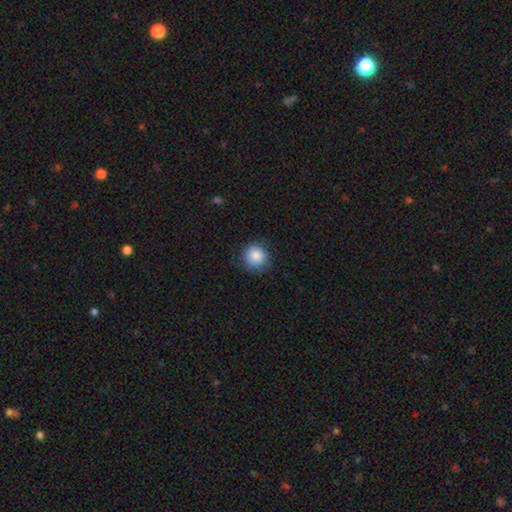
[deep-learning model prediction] smooth_or_featured: smooth (p=0.86) [alt: star or artifact p=0.09]
how_rounded: round (p=0.91) [alt: in between p=0.08]
merging: none (p=0.83) [alt: minor disturbance p=0.13]